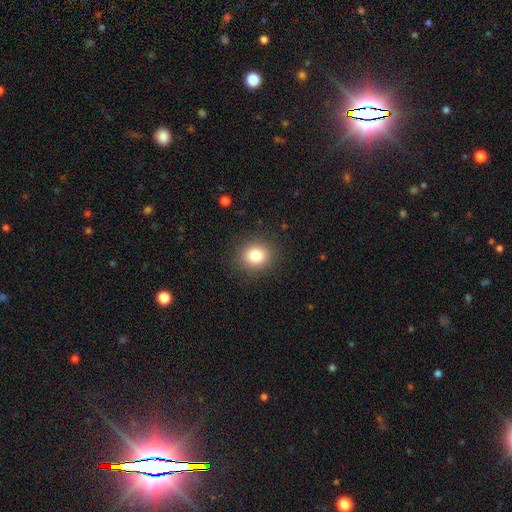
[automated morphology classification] Smooth or featured: smooth — 81% (star or artifact — 12%)
How rounded: round — 78% (in between — 21%)
Merging: none — 89% (minor disturbance — 7%)